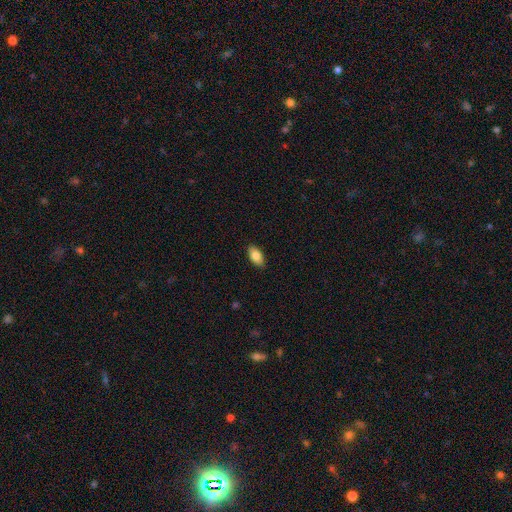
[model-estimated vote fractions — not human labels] Smooth or featured: smooth — 83% (featured or disk — 10%)
How rounded: in between — 92% (cigar-shaped — 4%)
Merging: none — 87% (minor disturbance — 10%)